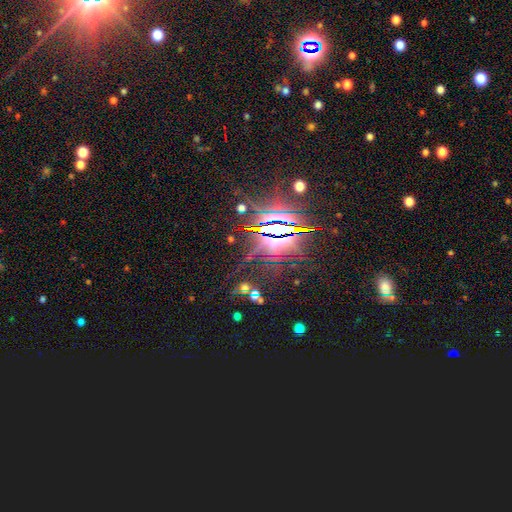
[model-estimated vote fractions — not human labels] A star or artifact, not a galaxy (83%).